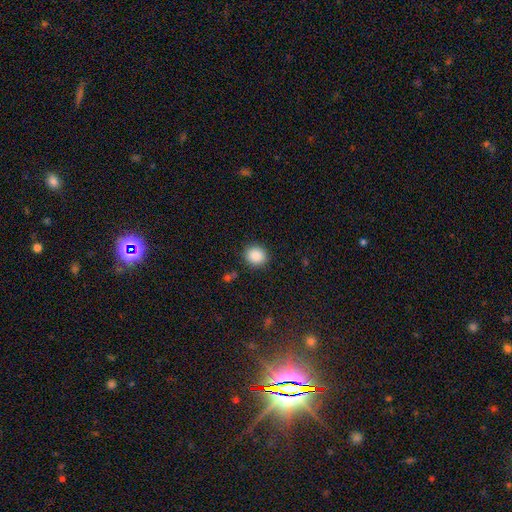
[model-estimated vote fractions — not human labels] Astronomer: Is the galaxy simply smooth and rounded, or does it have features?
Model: smooth — 88%.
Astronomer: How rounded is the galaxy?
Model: round — 82%.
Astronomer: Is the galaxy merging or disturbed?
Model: none — 89%.